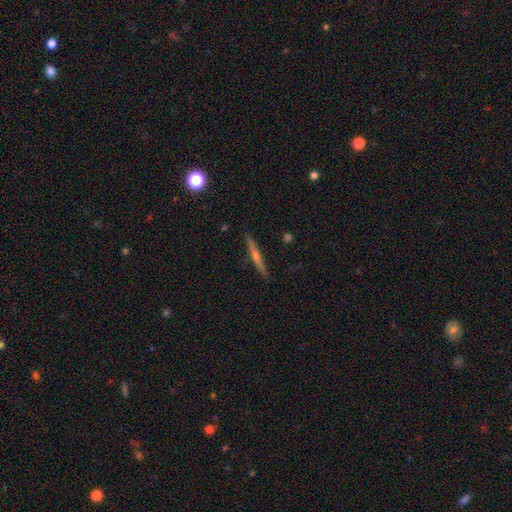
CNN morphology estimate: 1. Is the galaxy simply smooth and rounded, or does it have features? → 70% featured or disk, 23% smooth, 7% star or artifact.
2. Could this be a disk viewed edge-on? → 98% yes, 2% no.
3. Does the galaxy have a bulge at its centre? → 77% rounded, 18% none, 5% boxy.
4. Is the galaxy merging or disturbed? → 90% none, 7% minor disturbance, 1% major disturbance, 1% merger.